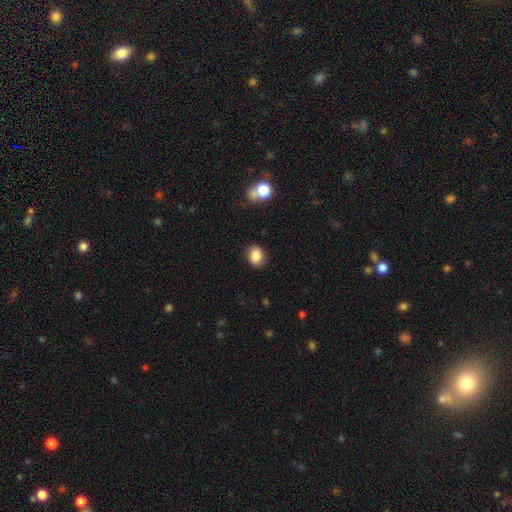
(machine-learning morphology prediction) Q: Smooth or featured?
A: smooth (85%); runner-up: star or artifact (10%)
Q: How rounded?
A: round (64%); runner-up: in between (35%)
Q: Merging?
A: none (88%); runner-up: minor disturbance (8%)